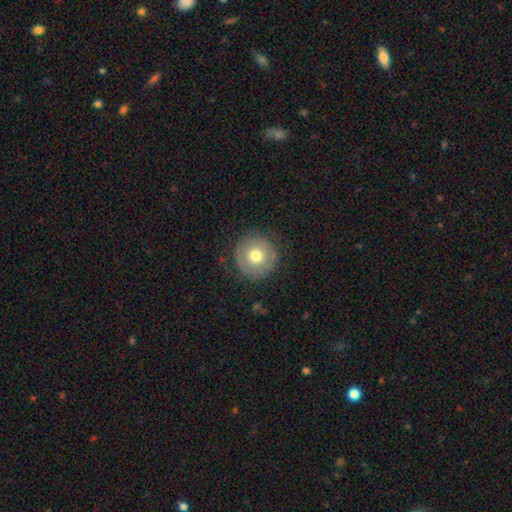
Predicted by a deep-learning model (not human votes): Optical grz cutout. It shows a smooth galaxy with no disk features (61%) that is round (95%). Merging: none (83%).